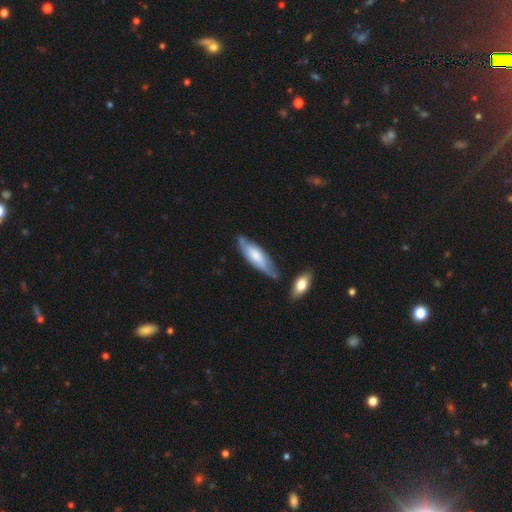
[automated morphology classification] type=smooth (53%); roundness=in between (53%); merging=none (60%).